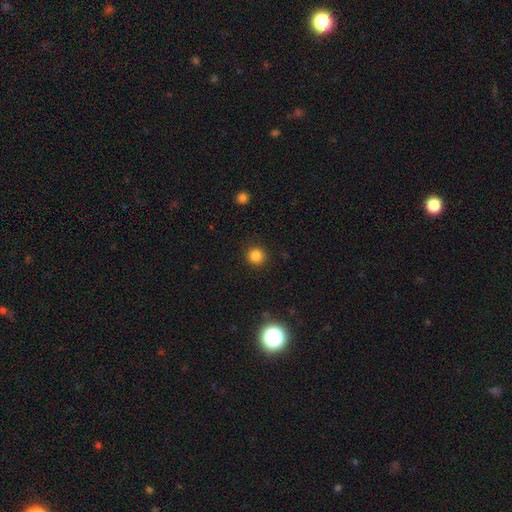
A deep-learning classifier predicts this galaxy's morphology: A smooth galaxy with no disk features (84%) that is round (94%).

Vote fractions:
- Smooth or featured? smooth: 84% / star or artifact: 12% / featured or disk: 4%
- How rounded? round: 94% / in between: 5% / cigar-shaped: 1%
- Merging? none: 90% / minor disturbance: 6% / major disturbance: 2% / merger: 1%